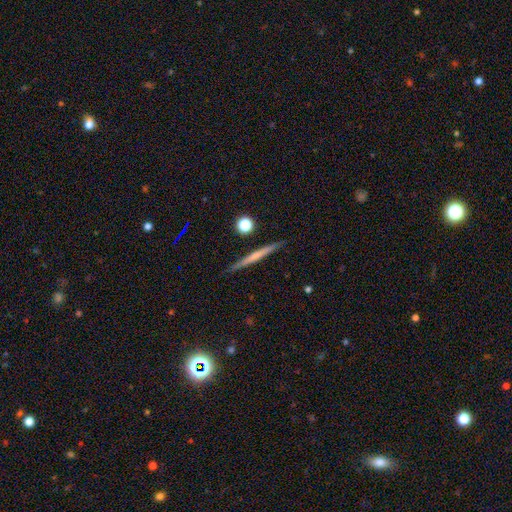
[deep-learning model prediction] Smooth or featured? Predicted: featured or disk (p=0.47). Merging? Predicted: none (p=0.90).